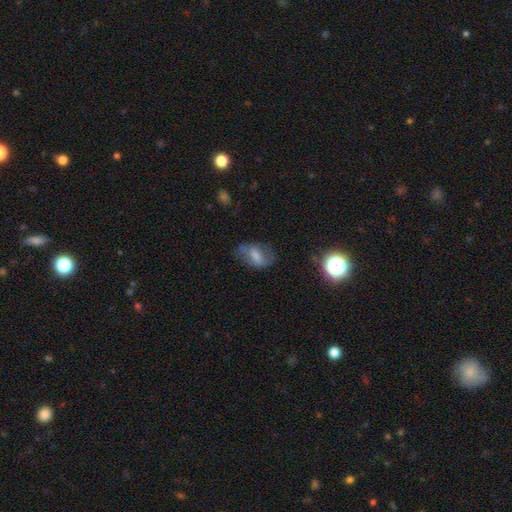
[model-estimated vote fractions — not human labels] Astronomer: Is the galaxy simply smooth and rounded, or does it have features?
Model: smooth — 54% (runner-up: featured or disk, 35%).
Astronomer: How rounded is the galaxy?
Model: in between — 85%.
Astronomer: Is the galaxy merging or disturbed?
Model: none — 57%.